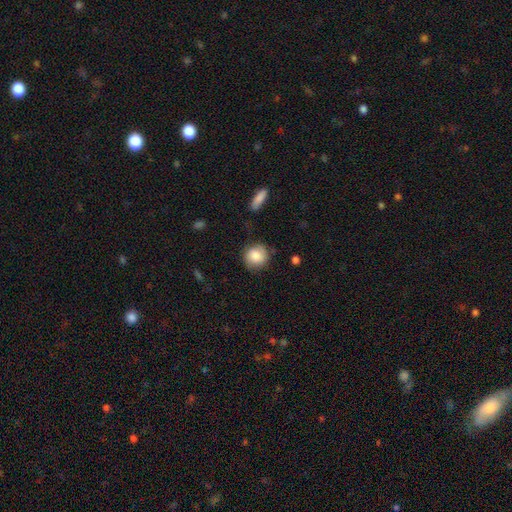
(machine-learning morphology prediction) A smooth galaxy with no disk features (76%) that is round (85%). Merging: none (74%).